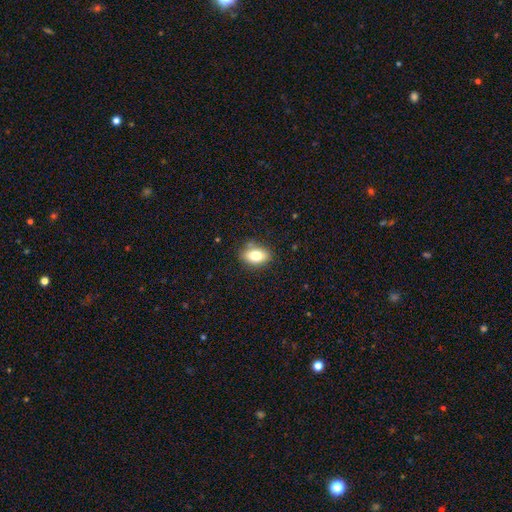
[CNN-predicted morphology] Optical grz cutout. It shows a smooth galaxy with no disk features (78%) that is in between round and cigar-shaped (82%). Merging: none (78%).